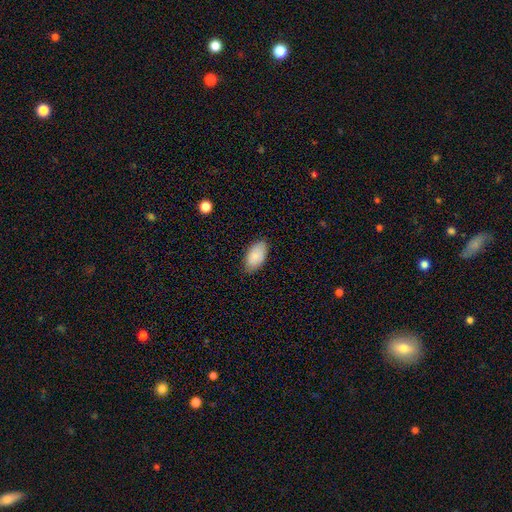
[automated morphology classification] Smooth or featured? Predicted: smooth (p=0.88). How rounded? Predicted: in between (p=0.95). Merging? Predicted: none (p=0.83).